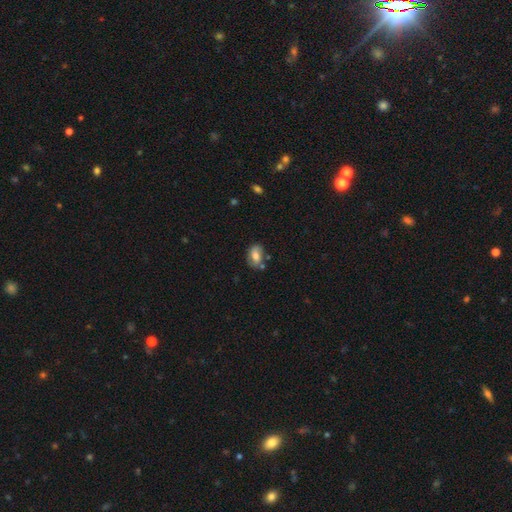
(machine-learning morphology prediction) smooth_or_featured: smooth (p=0.68) [alt: featured or disk p=0.23]
how_rounded: in between (p=0.85) [alt: round p=0.13]
merging: none (p=0.65) [alt: minor disturbance p=0.21]